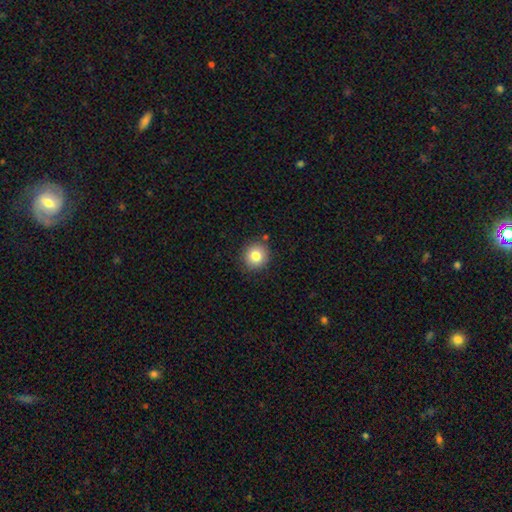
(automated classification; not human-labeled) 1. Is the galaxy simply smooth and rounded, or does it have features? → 81% smooth, 11% star or artifact, 9% featured or disk.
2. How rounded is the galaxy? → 91% round, 9% in between, 1% cigar-shaped.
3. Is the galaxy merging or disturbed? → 88% none, 8% minor disturbance, 2% major disturbance, 2% merger.